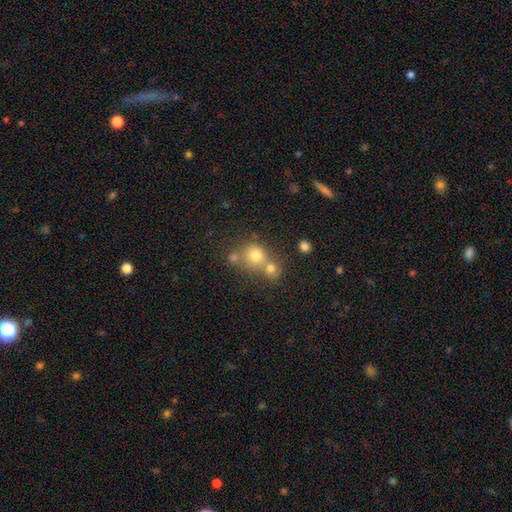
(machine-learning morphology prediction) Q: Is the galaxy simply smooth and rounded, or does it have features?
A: smooth — 72%.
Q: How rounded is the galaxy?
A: round — 81%.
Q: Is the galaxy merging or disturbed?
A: none — 45%.